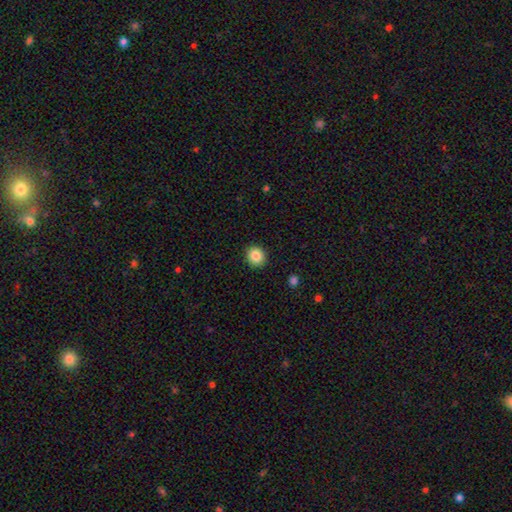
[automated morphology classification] smooth 85%, star or artifact 9%, featured or disk 5%. Down the decision tree: how rounded — round (84%); merging — none (91%).